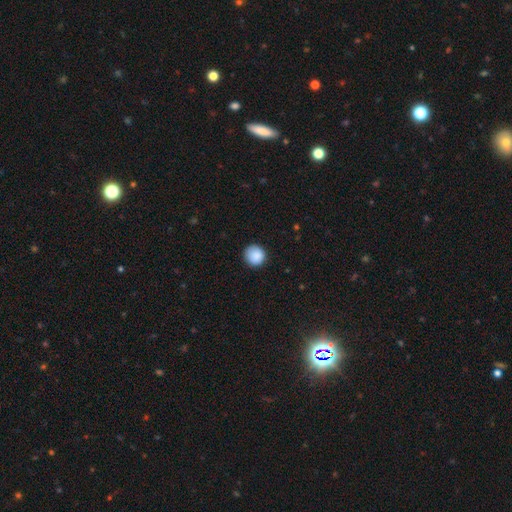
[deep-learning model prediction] This appears to be a smooth galaxy with no disk features (89%) that is round (95%). Merging: none (89%).